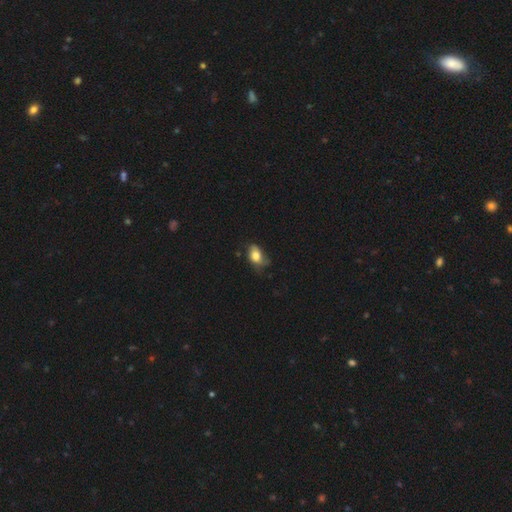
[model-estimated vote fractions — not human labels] A smooth galaxy with no disk features (76%) that is in between round and cigar-shaped (81%).

Vote fractions:
- Smooth or featured? smooth: 76% / featured or disk: 15% / star or artifact: 8%
- How rounded? in between: 81% / round: 17% / cigar-shaped: 2%
- Merging? none: 41% / minor disturbance: 40% / major disturbance: 16% / merger: 2%